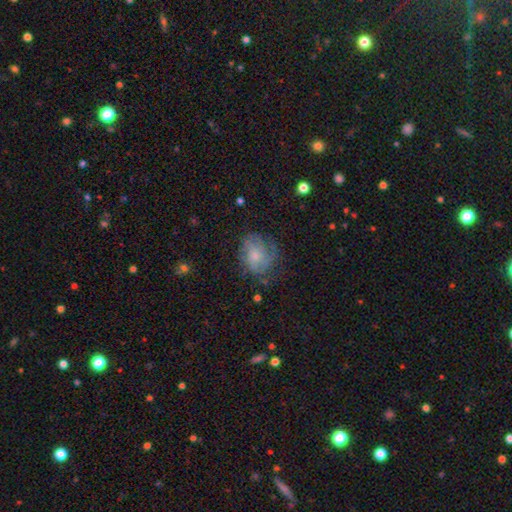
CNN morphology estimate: featured or disk 50%, smooth 40%, star or artifact 10%. Down the decision tree: edge-on disk — no (97%); merging — none (61%).